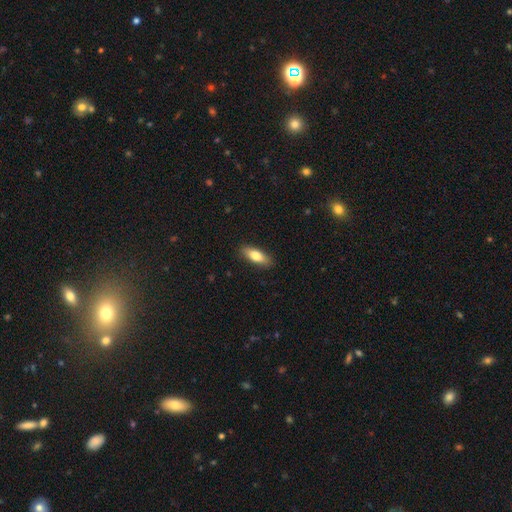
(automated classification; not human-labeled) A smooth galaxy with no disk features (76%) that is in between round and cigar-shaped (66%).

Vote fractions:
- Smooth or featured? smooth: 76% / featured or disk: 18% / star or artifact: 6%
- How rounded? in between: 66% / cigar-shaped: 31% / round: 3%
- Merging? none: 88% / minor disturbance: 9% / major disturbance: 2% / merger: 1%